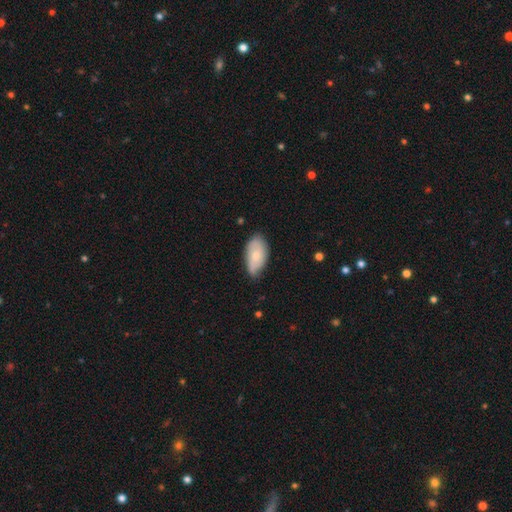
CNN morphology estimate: The model was most divided on "merging": none: 61%, minor disturbance: 32%, major disturbance: 6%, merger: 2%. More confident: how rounded — in between (93%); smooth or featured — smooth (63%).